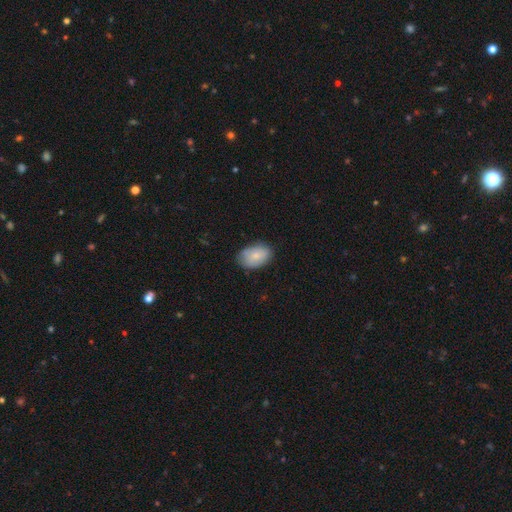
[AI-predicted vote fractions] smooth_or_featured: smooth (p=0.81) [alt: featured or disk p=0.12]
how_rounded: in between (p=0.87) [alt: round p=0.12]
merging: none (p=0.76) [alt: minor disturbance p=0.19]